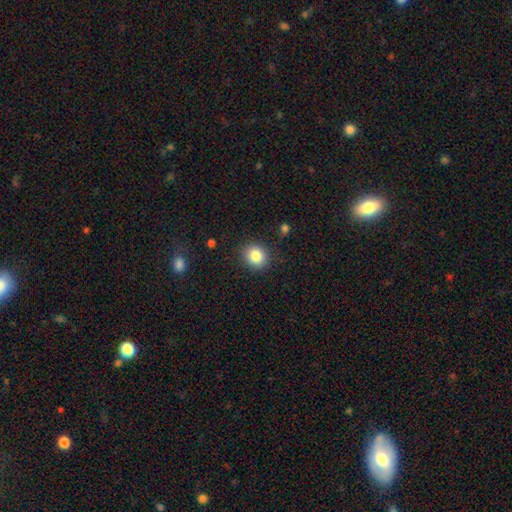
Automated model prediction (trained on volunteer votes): A smooth galaxy with no disk features (84%) that is round (78%). Merging: none (88%).